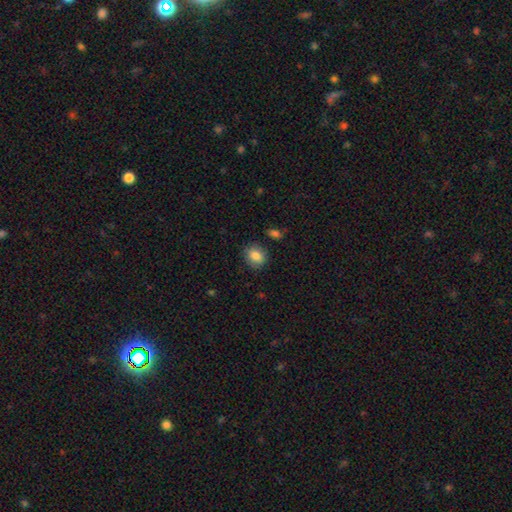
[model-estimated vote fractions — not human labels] A smooth galaxy with no disk features (83%) that is round (59%). Merging: none (85%).